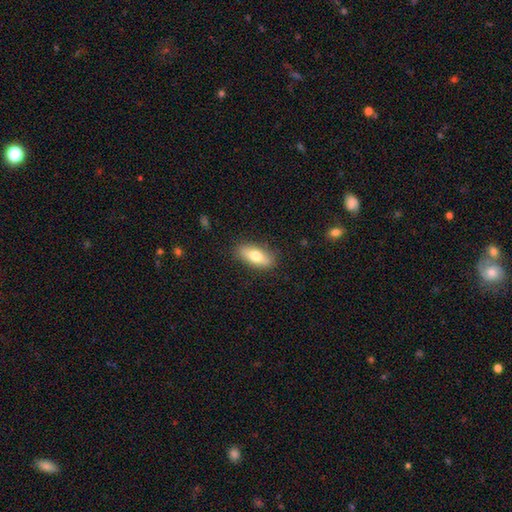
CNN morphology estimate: Q: Smooth or featured?
A: smooth (69%); runner-up: featured or disk (24%)
Q: How rounded?
A: in between (78%); runner-up: cigar-shaped (18%)
Q: Merging?
A: none (86%); runner-up: minor disturbance (10%)